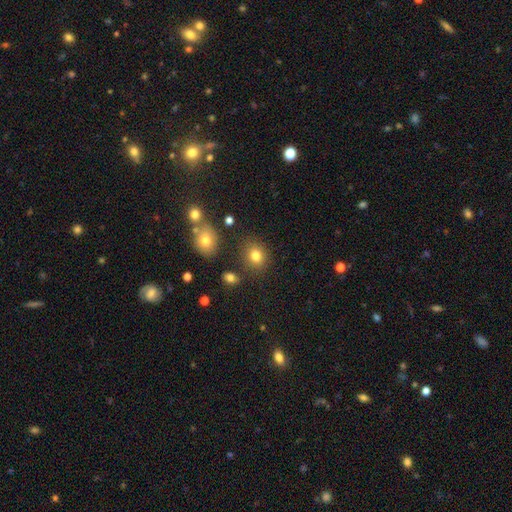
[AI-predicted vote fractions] Smooth or featured? Predicted: smooth (p=0.80). How rounded? Predicted: round (p=0.72). Merging? Predicted: none (p=0.81).